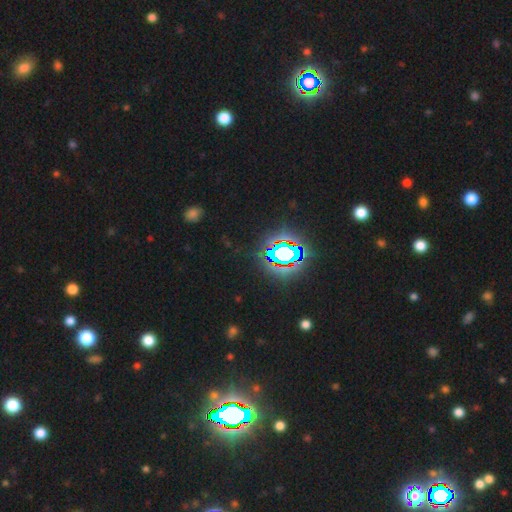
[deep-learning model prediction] This appears to be a star or artifact, not a galaxy (79%).